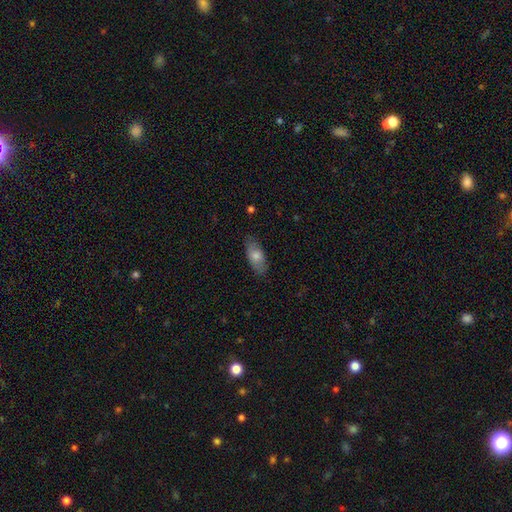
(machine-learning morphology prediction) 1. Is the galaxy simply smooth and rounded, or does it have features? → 71% smooth, 22% featured or disk, 7% star or artifact.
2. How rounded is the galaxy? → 84% in between, 13% cigar-shaped, 3% round.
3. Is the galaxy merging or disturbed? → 81% none, 15% minor disturbance, 3% major disturbance, 1% merger.